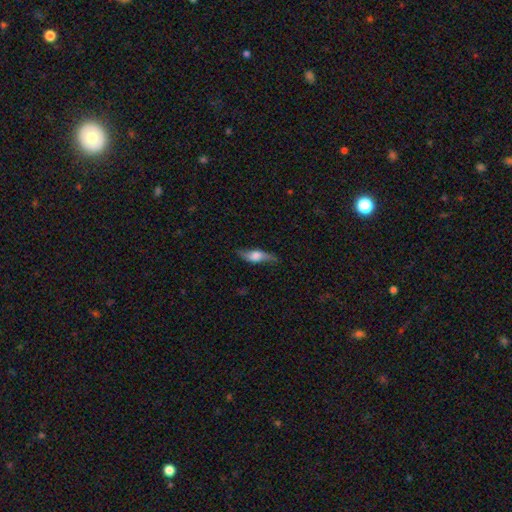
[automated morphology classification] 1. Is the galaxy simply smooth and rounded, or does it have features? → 57% featured or disk, 36% smooth, 7% star or artifact.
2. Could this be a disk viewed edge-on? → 67% yes, 33% no.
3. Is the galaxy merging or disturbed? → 75% none, 18% minor disturbance, 5% major disturbance, 1% merger.